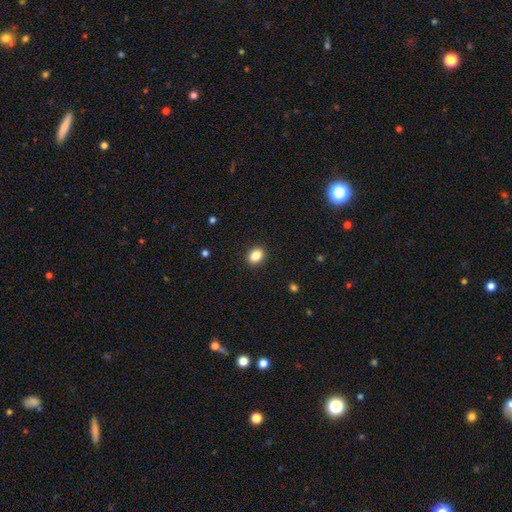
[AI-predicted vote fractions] smooth-or-featured: smooth: 86% | star or artifact: 10% | featured or disk: 4%
  how-rounded: in between: 62% | round: 37% | cigar-shaped: 1%
  merging: none: 90% | minor disturbance: 7% | major disturbance: 2% | merger: 1%